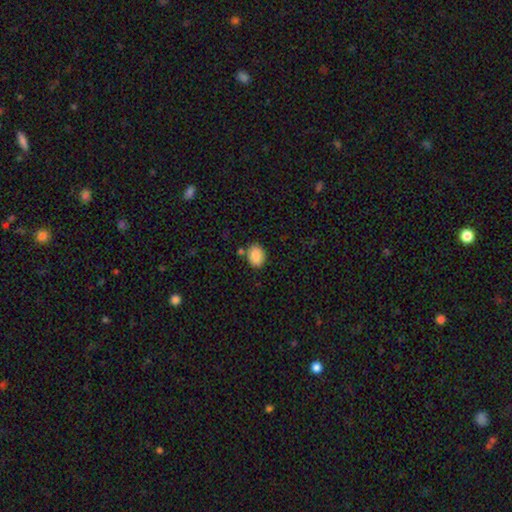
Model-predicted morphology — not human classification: This is clearly a smooth galaxy (88%). How rounded: likely in between (67%). Merging: clearly none (80%).